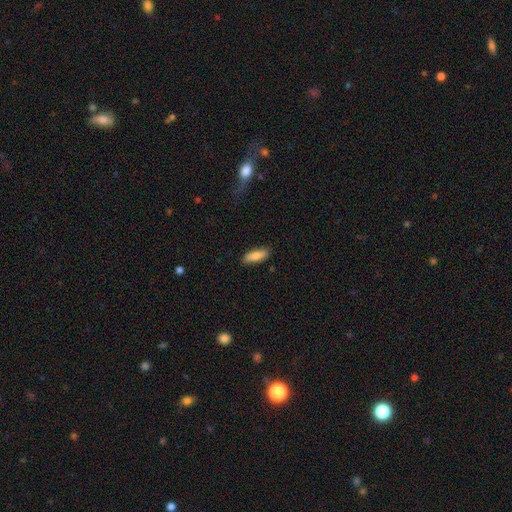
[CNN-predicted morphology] Smooth or featured? smooth (81%)
How rounded? in between (59%)
Merging? none (86%)